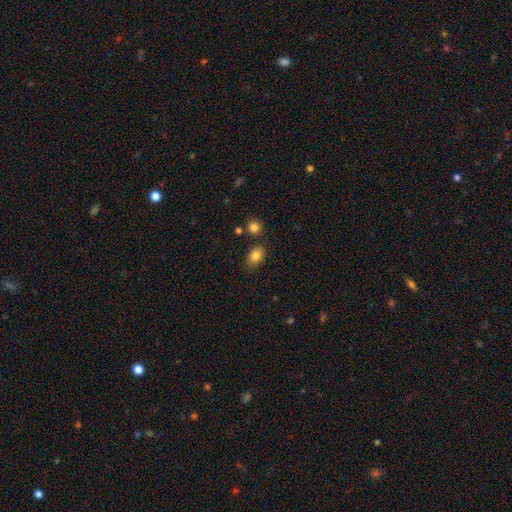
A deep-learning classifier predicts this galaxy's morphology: A smooth galaxy with no disk features (83%) that is in between round and cigar-shaped (73%).

Vote fractions:
- Smooth or featured? smooth: 83% / star or artifact: 10% / featured or disk: 7%
- How rounded? in between: 73% / round: 26% / cigar-shaped: 1%
- Merging? none: 79% / minor disturbance: 13% / merger: 5% / major disturbance: 3%